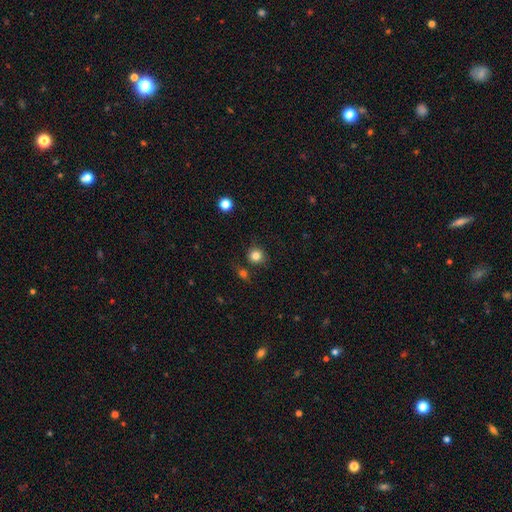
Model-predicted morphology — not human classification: A smooth galaxy with no disk features (83%) that is round (90%).

Vote fractions:
- Smooth or featured? smooth: 83% / star or artifact: 12% / featured or disk: 6%
- How rounded? round: 90% / in between: 9% / cigar-shaped: 1%
- Merging? none: 82% / minor disturbance: 10% / merger: 6% / major disturbance: 3%